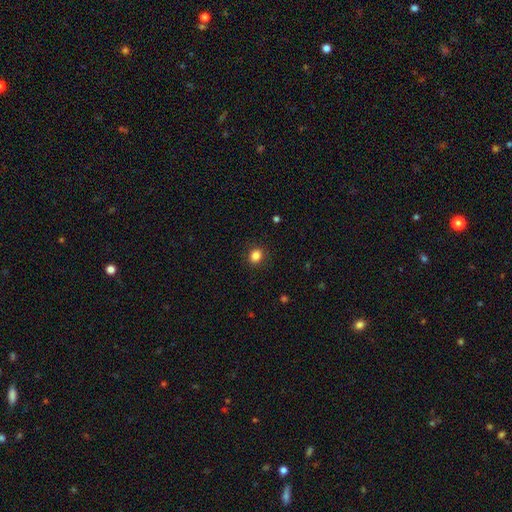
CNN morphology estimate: Smooth or featured? smooth (85%)
How rounded? round (71%)
Merging? none (90%)